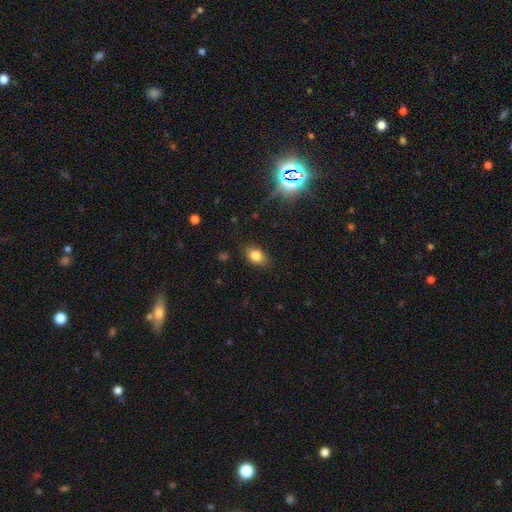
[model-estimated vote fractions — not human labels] Morphology: type=smooth (81%); roundness=in between (80%); merging=none (84%).